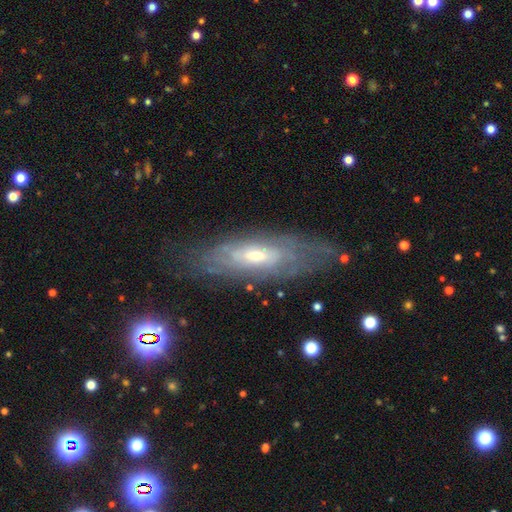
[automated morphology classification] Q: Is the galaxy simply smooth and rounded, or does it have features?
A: featured or disk — 73%.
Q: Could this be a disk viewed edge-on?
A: no — 79%.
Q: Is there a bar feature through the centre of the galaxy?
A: no — 61%.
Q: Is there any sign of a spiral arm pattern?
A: yes — 74%.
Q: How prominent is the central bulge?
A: small — 47%.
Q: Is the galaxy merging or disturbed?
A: none — 68%.